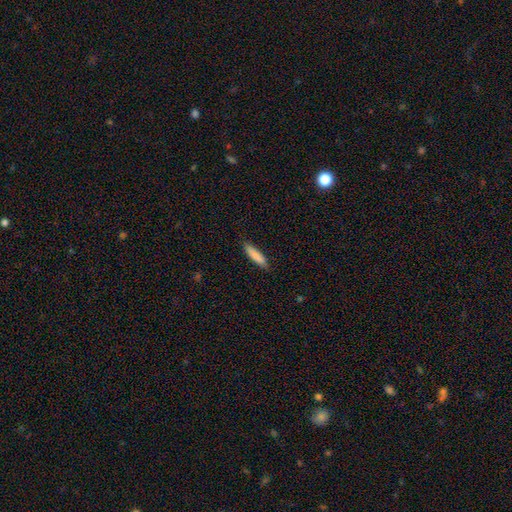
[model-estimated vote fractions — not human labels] A smooth galaxy with no disk features (84%) that is cigar-shaped (81%). Merging: none (88%).